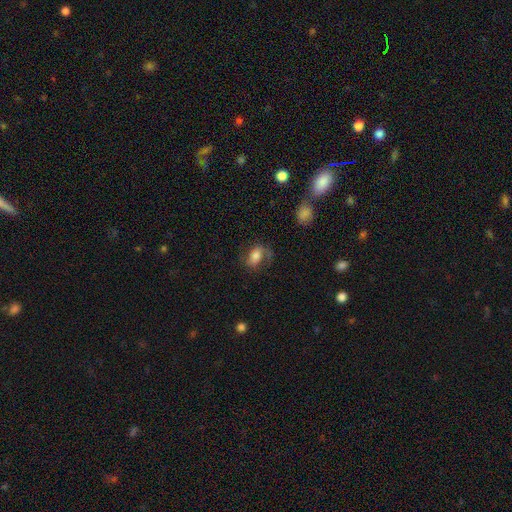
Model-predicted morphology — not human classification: Smooth or featured? smooth (57%)
How rounded? in between (83%)
Merging? none (55%)